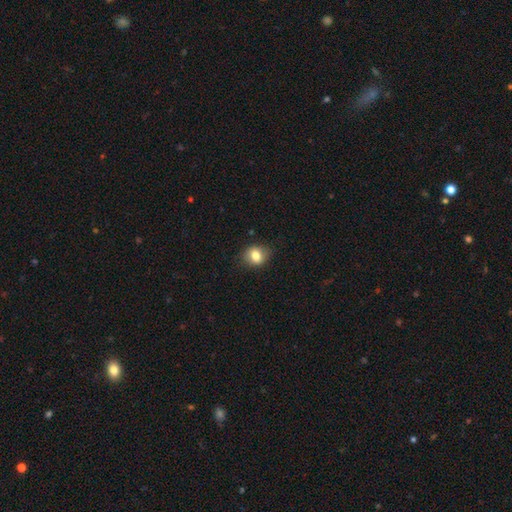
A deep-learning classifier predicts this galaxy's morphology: Smooth or featured?
  - smooth: 79% *
  - featured or disk: 12%
  - star or artifact: 10%
How rounded?
  - round: 59% *
  - in between: 40%
  - cigar-shaped: 1%
Merging?
  - none: 81% *
  - minor disturbance: 15%
  - major disturbance: 3%
  - merger: 1%